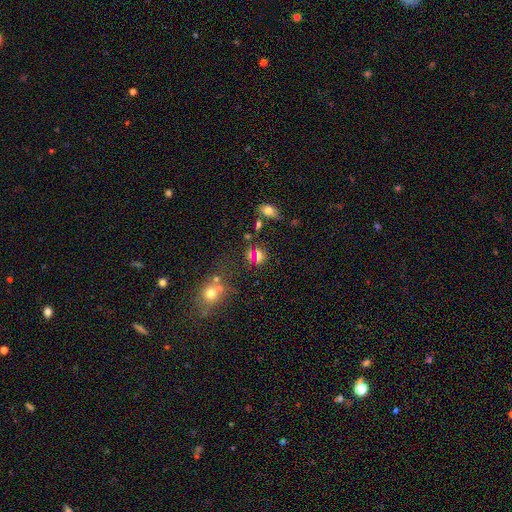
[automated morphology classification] This is likely a smooth galaxy (61%). How rounded: likely round (62%). Merging: possibly none (55%).